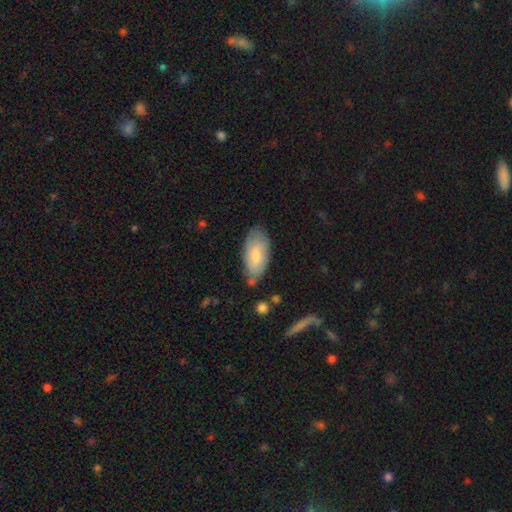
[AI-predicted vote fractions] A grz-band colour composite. It shows a smooth galaxy with no disk features (70%) that is in between round and cigar-shaped (92%). Merging: none (69%).